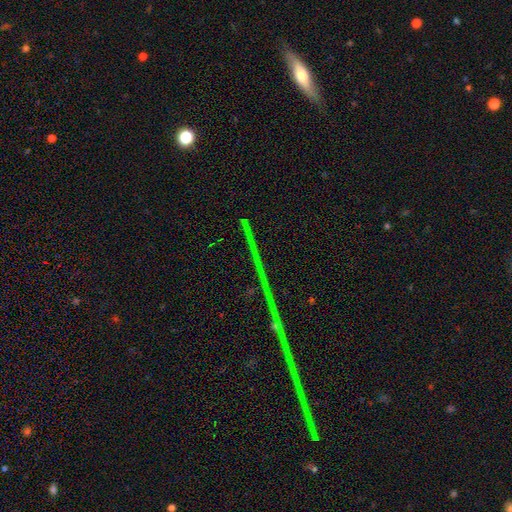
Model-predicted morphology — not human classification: smooth-or-featured: star or artifact: 73% | featured or disk: 16% | smooth: 11%